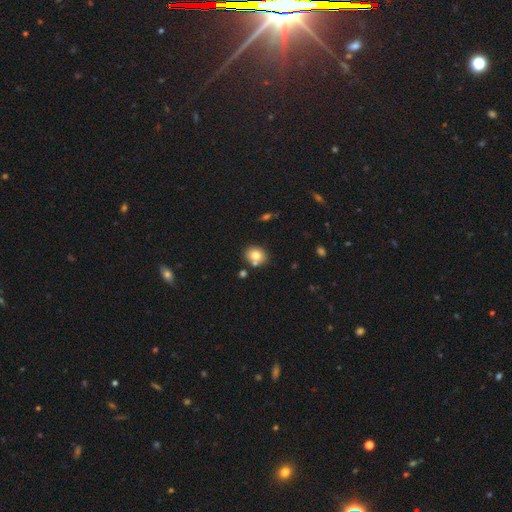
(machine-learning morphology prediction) Overall: smooth (77%). How rounded: round (60%; in between 39%). Merging: none (72%).